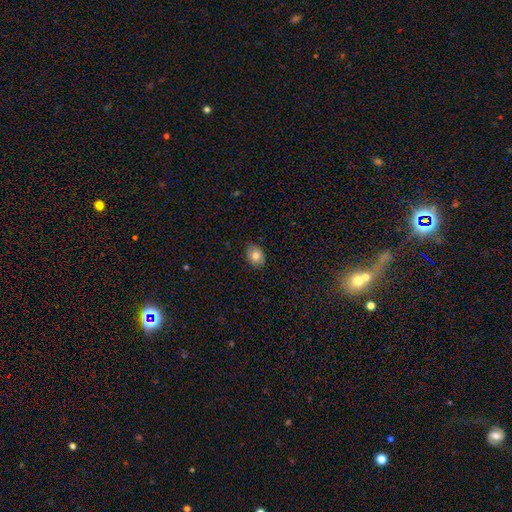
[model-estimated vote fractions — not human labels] A smooth galaxy with no disk features (81%) that is in between round and cigar-shaped (55%).

Vote fractions:
- Smooth or featured? smooth: 81% / featured or disk: 10% / star or artifact: 9%
- How rounded? in between: 55% / round: 44% / cigar-shaped: 1%
- Merging? none: 84% / minor disturbance: 12% / major disturbance: 2% / merger: 1%